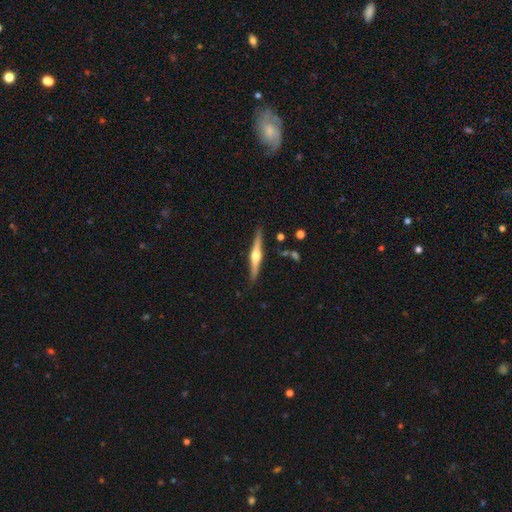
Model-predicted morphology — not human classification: Q: Smooth or featured?
A: featured or disk (75%); runner-up: smooth (20%)
Q: Edge-on disk?
A: yes (98%); runner-up: no (2%)
Q: Edge-on bulge?
A: rounded (94%); runner-up: boxy (4%)
Q: Merging?
A: none (89%); runner-up: minor disturbance (8%)